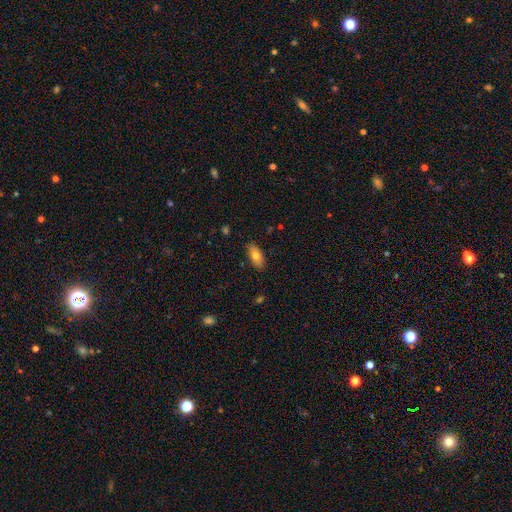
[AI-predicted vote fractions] smooth-or-featured: smooth: 76% | featured or disk: 17% | star or artifact: 7%
  how-rounded: in between: 85% | cigar-shaped: 12% | round: 3%
  merging: none: 86% | minor disturbance: 10% | major disturbance: 2% | merger: 1%